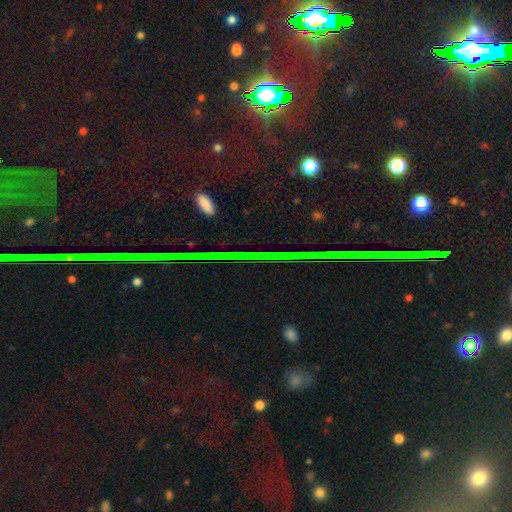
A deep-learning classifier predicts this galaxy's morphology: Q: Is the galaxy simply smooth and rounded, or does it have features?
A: star or artifact — 81%.